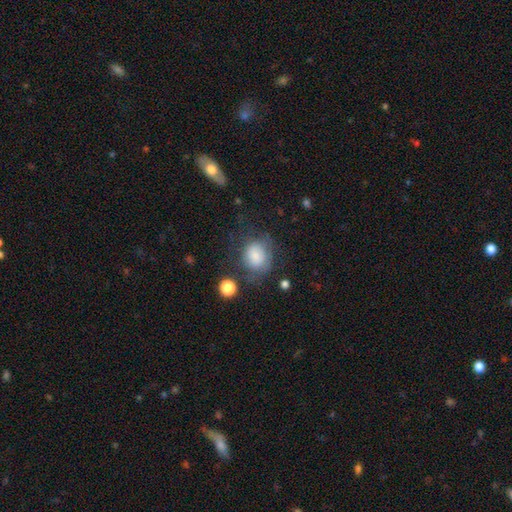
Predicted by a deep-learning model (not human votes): Overall: smooth (73%). How rounded: round (66%; in between 33%). Merging: none (50%; minor disturbance 25%).